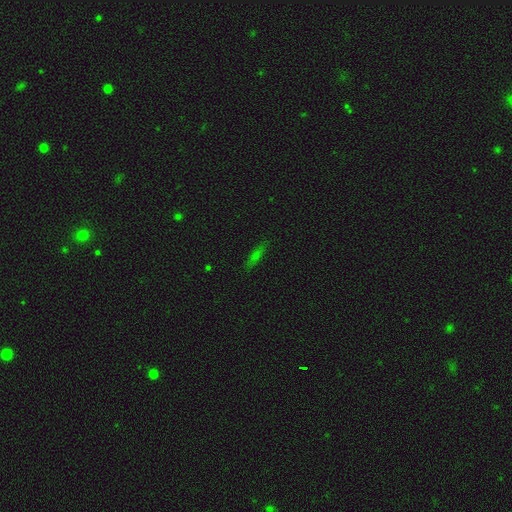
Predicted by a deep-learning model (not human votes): Smooth or featured?
  - smooth: 43% *
  - featured or disk: 38%
  - star or artifact: 19%
Merging?
  - none: 87% *
  - minor disturbance: 9%
  - major disturbance: 2%
  - merger: 1%